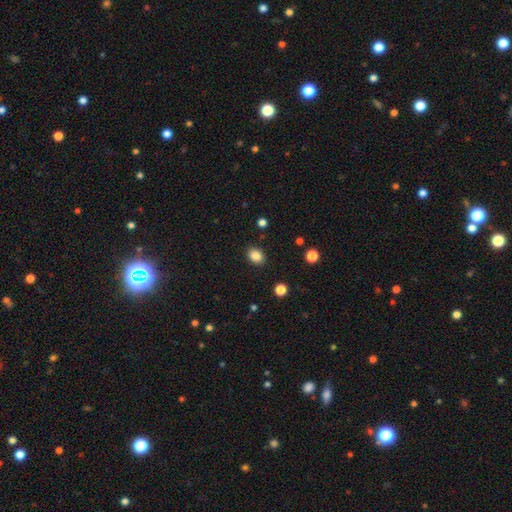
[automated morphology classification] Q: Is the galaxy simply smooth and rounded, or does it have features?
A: smooth — 84%.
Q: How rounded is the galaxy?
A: in between — 61%.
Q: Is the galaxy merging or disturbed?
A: none — 88%.